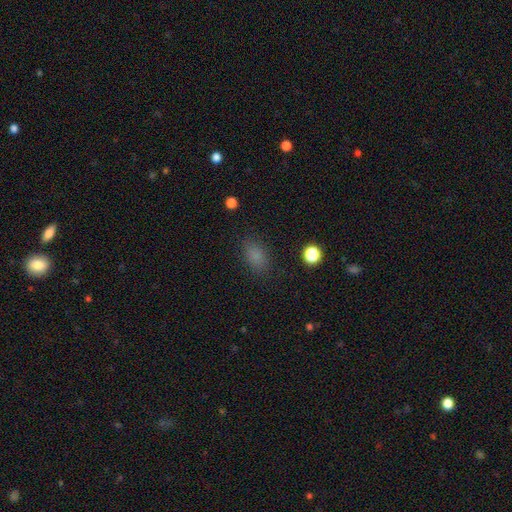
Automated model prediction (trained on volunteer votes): Overall: smooth (81%). How rounded: in between (85%). Merging: none (84%).